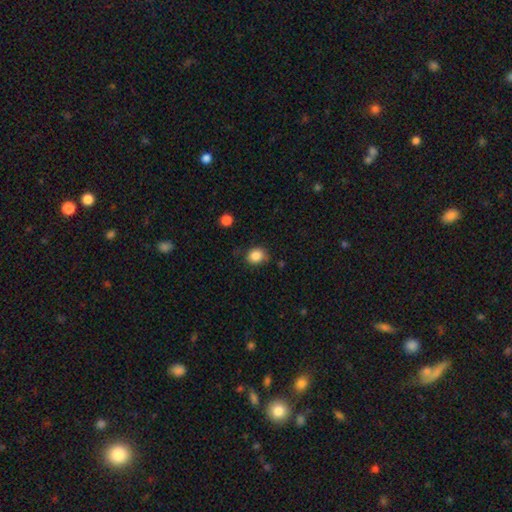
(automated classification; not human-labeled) A smooth galaxy with no disk features (86%) that is round (69%).

Vote fractions:
- Smooth or featured? smooth: 86% / star or artifact: 10% / featured or disk: 4%
- How rounded? round: 69% / in between: 30% / cigar-shaped: 1%
- Merging? none: 79% / minor disturbance: 15% / major disturbance: 3% / merger: 3%